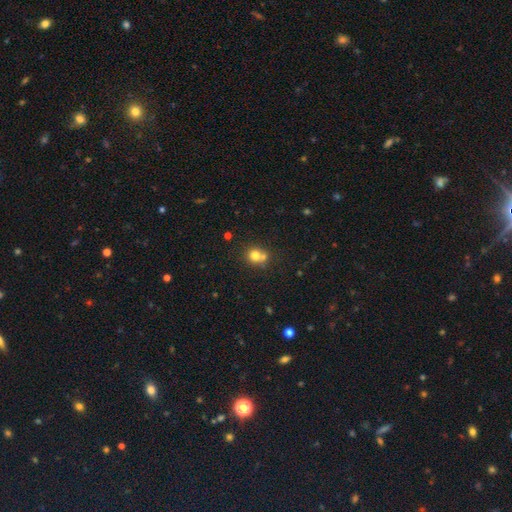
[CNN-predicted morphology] smooth-or-featured: smooth: 75% | star or artifact: 13% | featured or disk: 11%
  how-rounded: round: 82% | in between: 17% | cigar-shaped: 1%
  merging: none: 48% | merger: 39% | minor disturbance: 9% | major disturbance: 3%